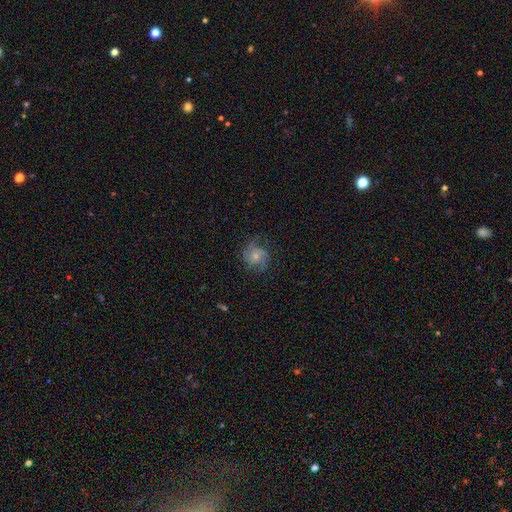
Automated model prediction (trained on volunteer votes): featured or disk 57%, smooth 35%, star or artifact 9%. Down the decision tree: edge-on disk — no (98%); bar — no (76%); spiral arms — yes (87%); bulge size — small (47%); merging — none (64%).